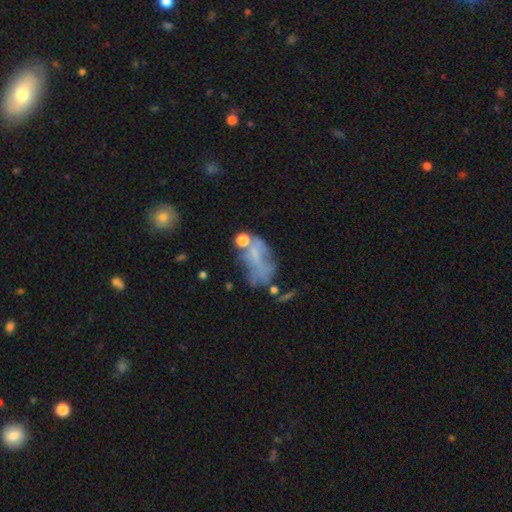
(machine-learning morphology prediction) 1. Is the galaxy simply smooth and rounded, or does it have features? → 43% featured or disk, 40% smooth, 16% star or artifact.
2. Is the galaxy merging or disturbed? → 33% major disturbance, 27% none, 21% minor disturbance, 19% merger.